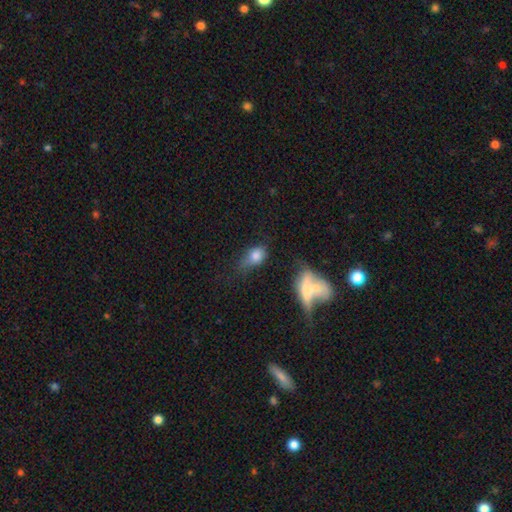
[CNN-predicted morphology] Q: Smooth or featured?
A: smooth (75%); runner-up: featured or disk (14%)
Q: How rounded?
A: in between (73%); runner-up: round (23%)
Q: Merging?
A: none (39%); runner-up: minor disturbance (32%)